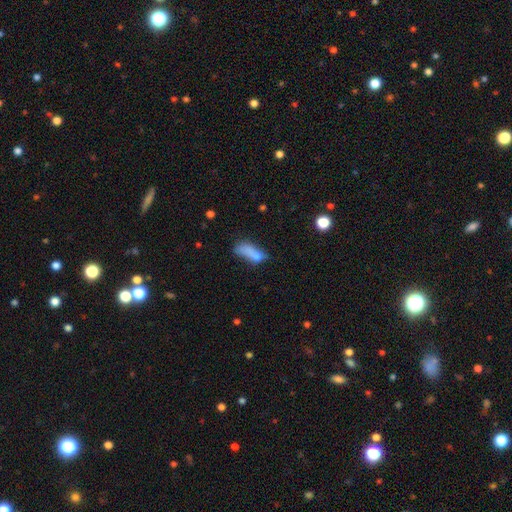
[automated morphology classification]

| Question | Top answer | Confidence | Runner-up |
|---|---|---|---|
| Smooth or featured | smooth | 70% | featured or disk (18%) |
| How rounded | in between | 70% | cigar-shaped (25%) |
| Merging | major disturbance | 27% | tied: none (27%) |